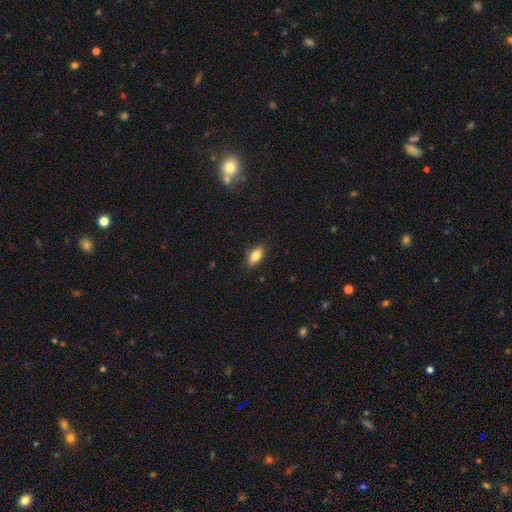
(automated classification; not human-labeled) smooth-or-featured: smooth: 79% | featured or disk: 13% | star or artifact: 8%
  how-rounded: in between: 85% | cigar-shaped: 10% | round: 5%
  merging: none: 85% | minor disturbance: 11% | major disturbance: 2% | merger: 1%